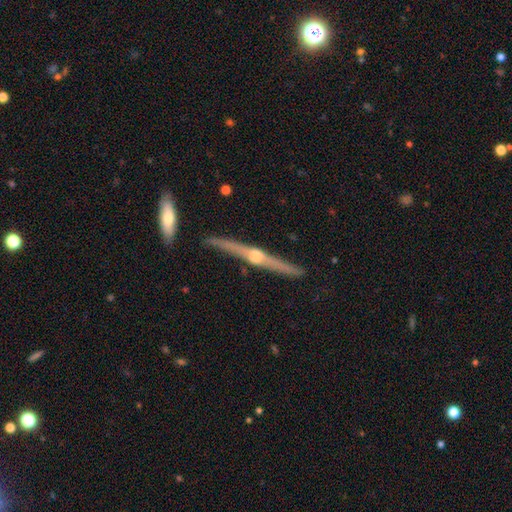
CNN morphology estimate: Smooth or featured? Predicted: featured or disk (p=0.85). Edge-on disk? Predicted: yes (p=0.97). Edge-on bulge? Predicted: rounded (p=0.91). Merging? Predicted: none (p=0.84).